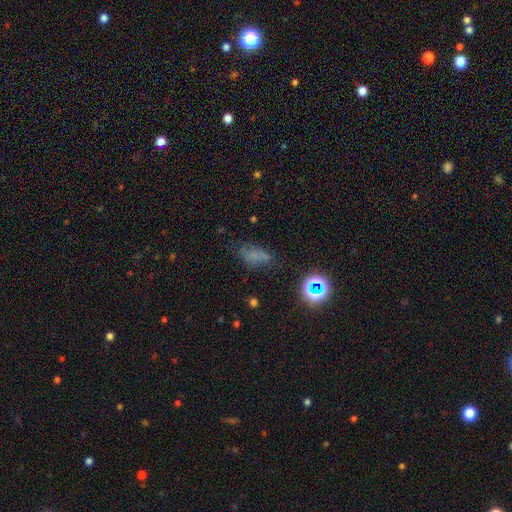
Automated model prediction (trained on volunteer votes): Q: Smooth or featured?
A: smooth (60%); runner-up: star or artifact (25%)
Q: How rounded?
A: in between (78%); runner-up: cigar-shaped (11%)
Q: Merging?
A: none (55%); runner-up: minor disturbance (26%)